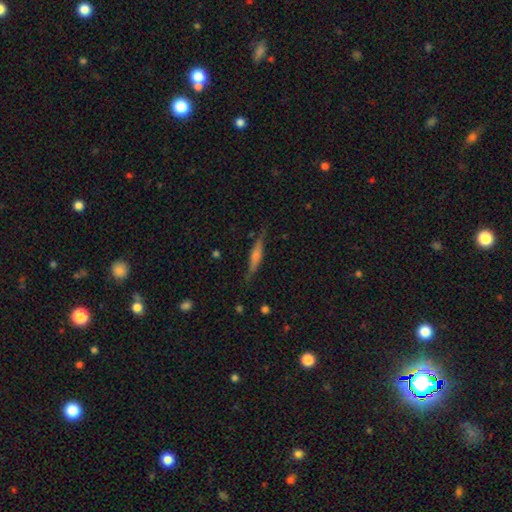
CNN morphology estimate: A featured or disk galaxy (57%) viewed edge-on (95%) with a rounded central bulge (61%). Merging: none (81%).